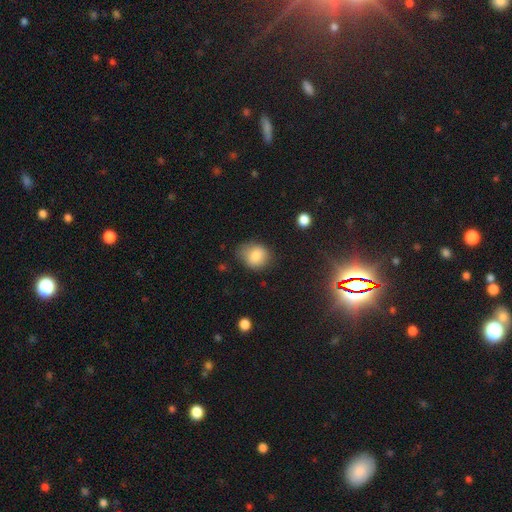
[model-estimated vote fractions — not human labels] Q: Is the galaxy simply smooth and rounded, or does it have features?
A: smooth — 82%.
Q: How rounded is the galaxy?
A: round — 66%.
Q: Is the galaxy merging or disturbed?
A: none — 63%.